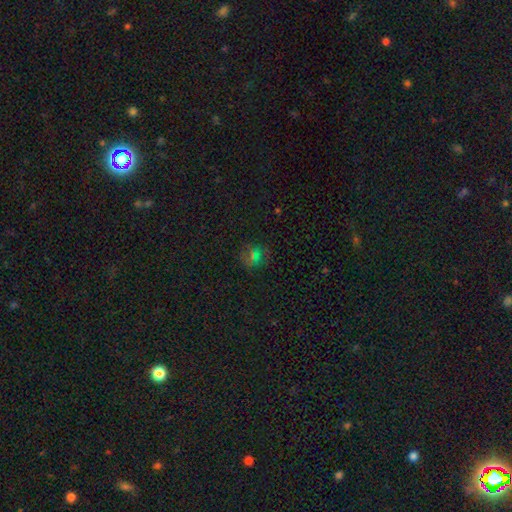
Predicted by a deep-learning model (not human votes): Smooth or featured? Predicted: smooth (p=0.52). How rounded? Predicted: round (p=0.77). Merging? Predicted: none (p=0.75).